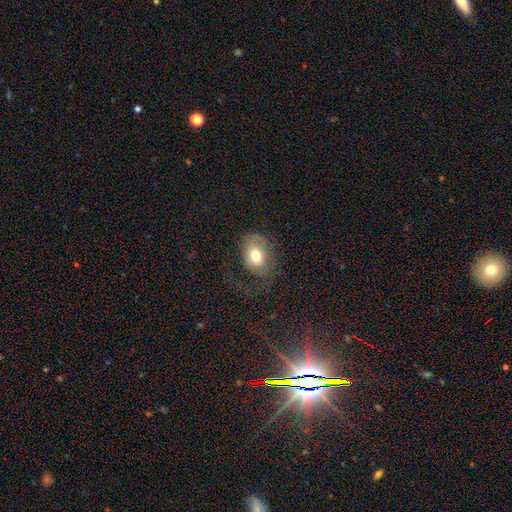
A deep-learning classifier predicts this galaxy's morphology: Smooth or featured: smooth — 70% (featured or disk — 20%)
How rounded: in between — 72% (round — 27%)
Merging: none — 56% (minor disturbance — 22%)